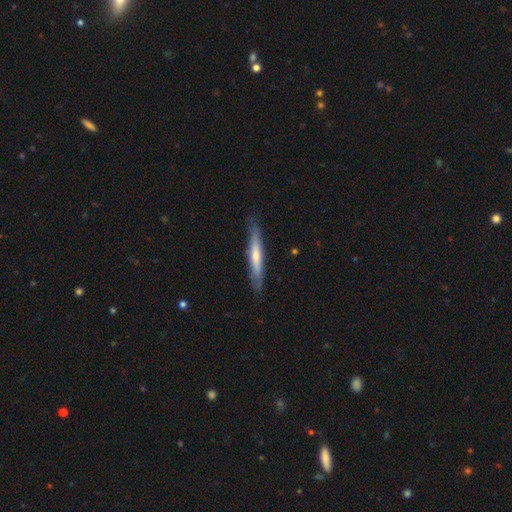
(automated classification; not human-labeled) Overall: smooth (49%; featured or disk 46%). Merging: none (85%).